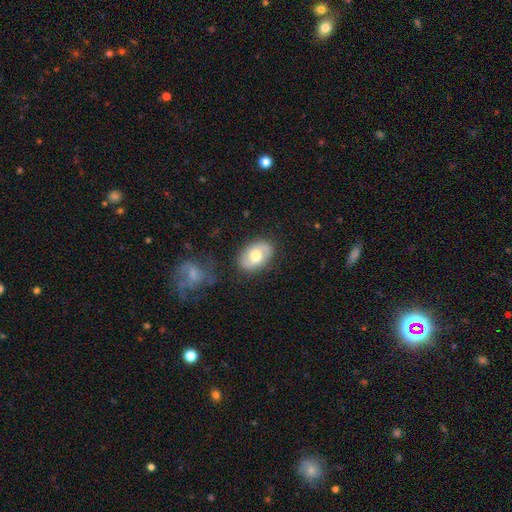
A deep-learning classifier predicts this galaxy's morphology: Smooth or featured? smooth (56%)
How rounded? in between (82%)
Merging? none (81%)